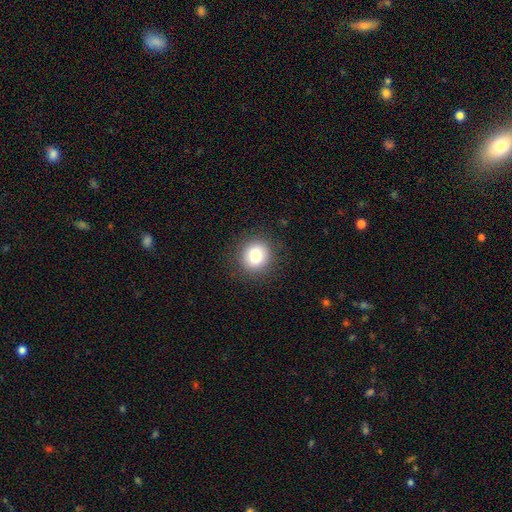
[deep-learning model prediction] smooth 81%, star or artifact 10%, featured or disk 9%. Down the decision tree: how rounded — round (84%); merging — none (88%).